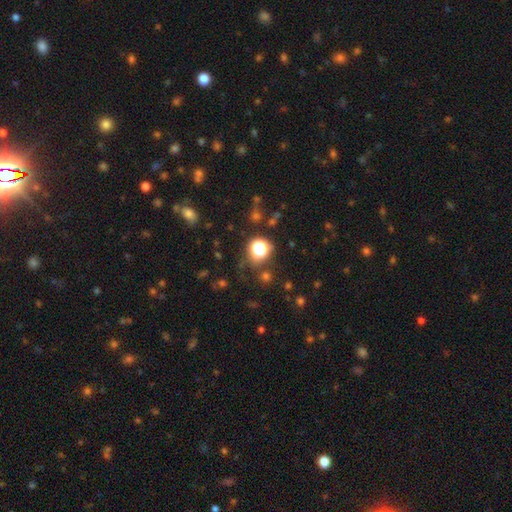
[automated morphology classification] Smooth or featured? Predicted: star or artifact (p=0.50).